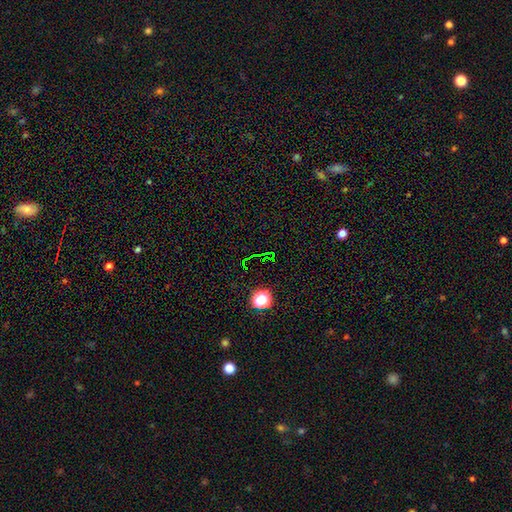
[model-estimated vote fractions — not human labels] star or artifact 75%, smooth 16%, featured or disk 9%.